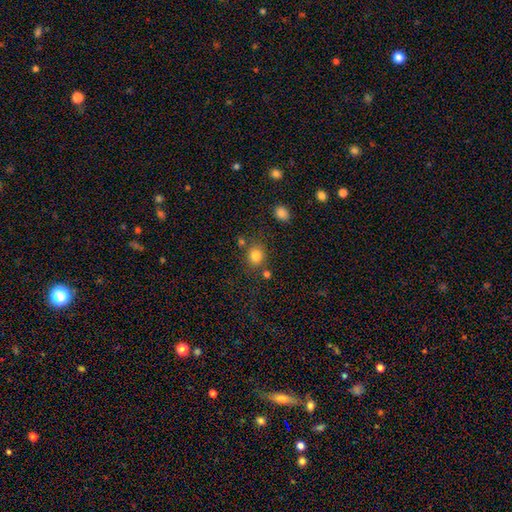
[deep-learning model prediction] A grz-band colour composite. It shows a smooth galaxy with no disk features (82%) that is round (75%). Merging: none (74%).